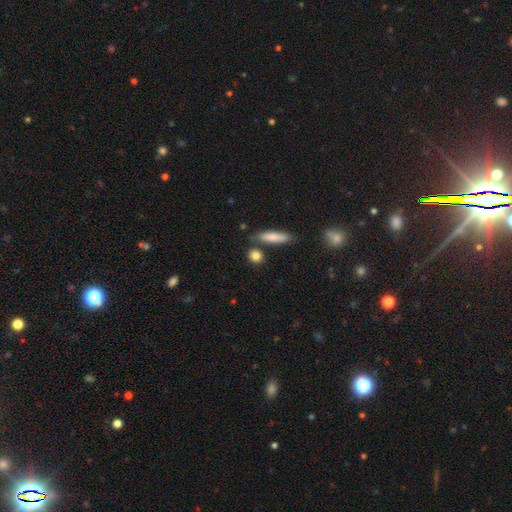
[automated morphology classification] A smooth galaxy with no disk features (84%) that is round (61%).

Vote fractions:
- Smooth or featured? smooth: 84% / star or artifact: 8% / featured or disk: 8%
- How rounded? round: 61% / in between: 25% / cigar-shaped: 14%
- Merging? none: 75% / minor disturbance: 11% / merger: 10% / major disturbance: 3%